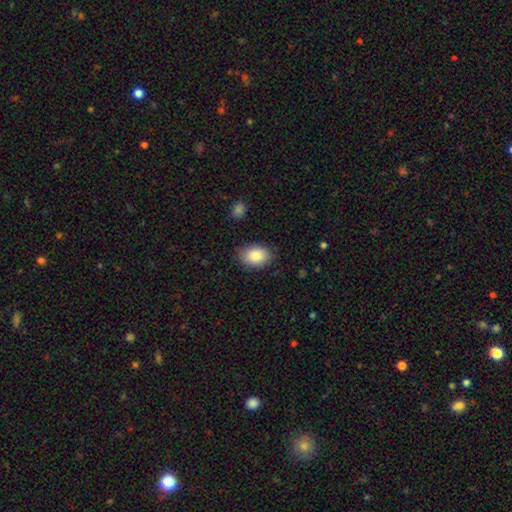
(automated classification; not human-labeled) This appears to be a smooth galaxy with no disk features (88%) that is in between round and cigar-shaped (85%). Merging: none (84%).